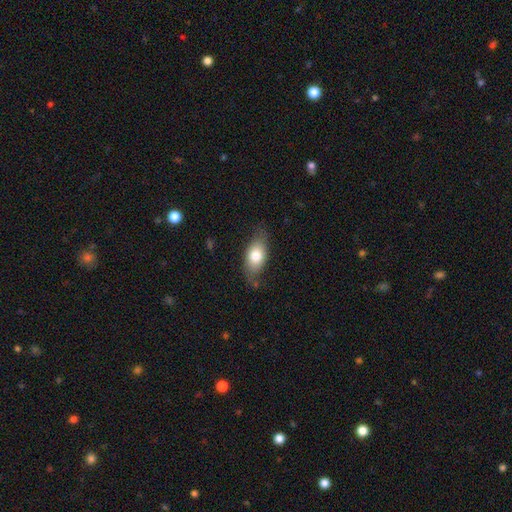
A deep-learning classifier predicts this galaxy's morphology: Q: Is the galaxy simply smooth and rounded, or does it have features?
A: smooth — 76%.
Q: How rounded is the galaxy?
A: in between — 88%.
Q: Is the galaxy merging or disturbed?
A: none — 72%.